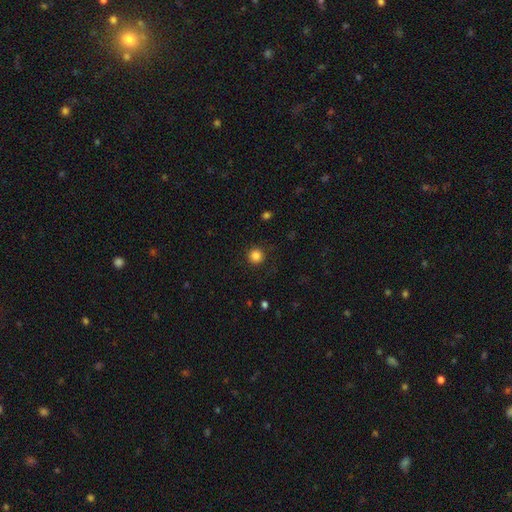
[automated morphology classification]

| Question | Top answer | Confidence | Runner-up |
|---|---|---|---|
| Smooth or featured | smooth | 85% | star or artifact (11%) |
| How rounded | round | 95% | in between (4%) |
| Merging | none | 90% | minor disturbance (6%) |